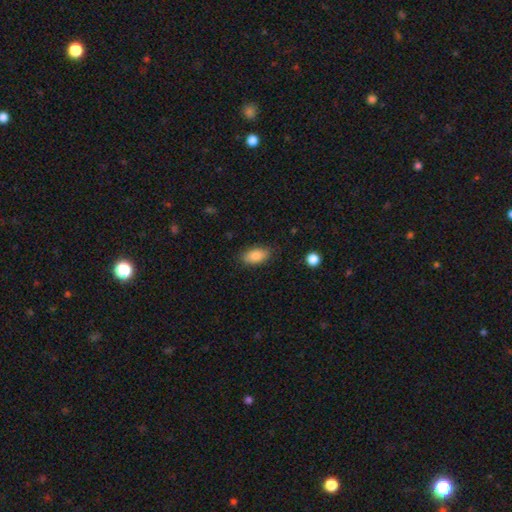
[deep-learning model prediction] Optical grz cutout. It shows a smooth galaxy with no disk features (86%) that is in between round and cigar-shaped (90%). Merging: none (83%).